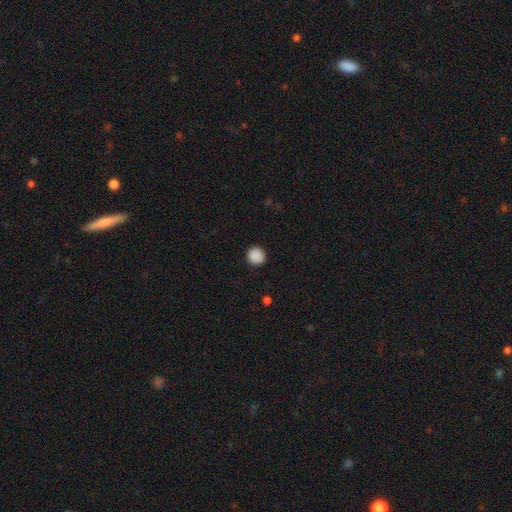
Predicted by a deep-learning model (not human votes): smooth 89%, star or artifact 9%, featured or disk 2%. Down the decision tree: how rounded — round (94%); merging — none (92%).